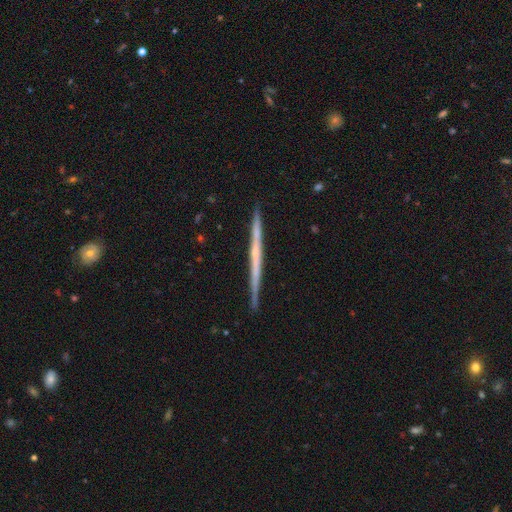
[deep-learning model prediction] Smooth or featured? Predicted: featured or disk (p=0.66). Edge-on disk? Predicted: yes (p=0.98). Edge-on bulge? Predicted: none (p=0.75). Merging? Predicted: none (p=0.90).